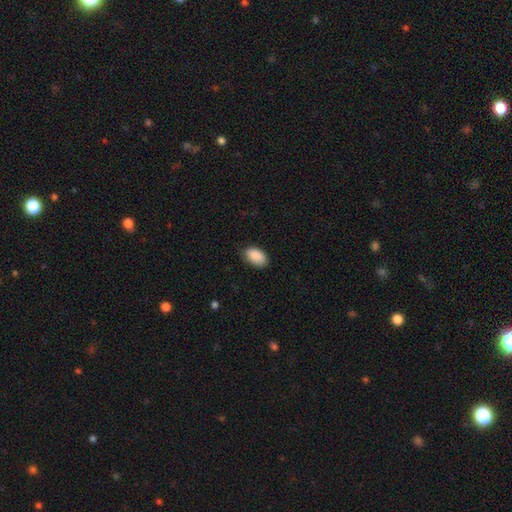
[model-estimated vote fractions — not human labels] smooth 90%, star or artifact 7%, featured or disk 3%. Down the decision tree: how rounded — in between (94%); merging — none (81%).